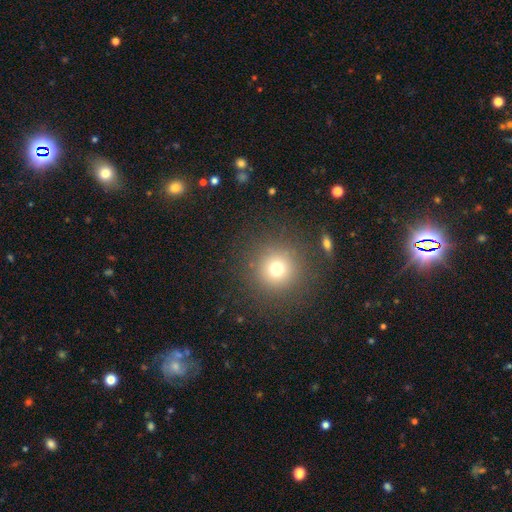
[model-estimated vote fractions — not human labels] Overall: smooth (51%; star or artifact 40%). How rounded: round (95%). Merging: none (90%).